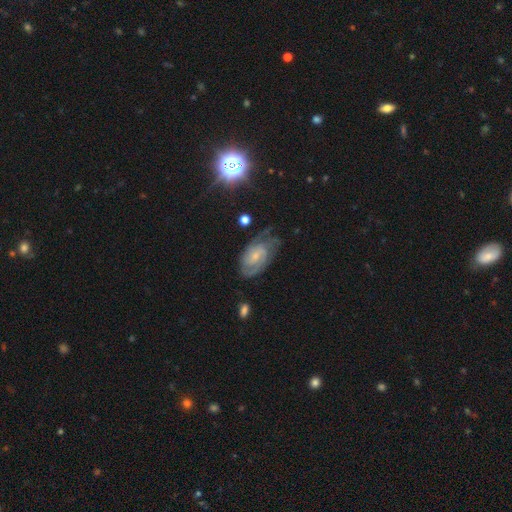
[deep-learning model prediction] This appears to be a featured or disk galaxy (82%) with no bar (55%), 2 (47%) tight (56%) spiral arms (96%) and a small central bulge (65%). Merging: none (62%).